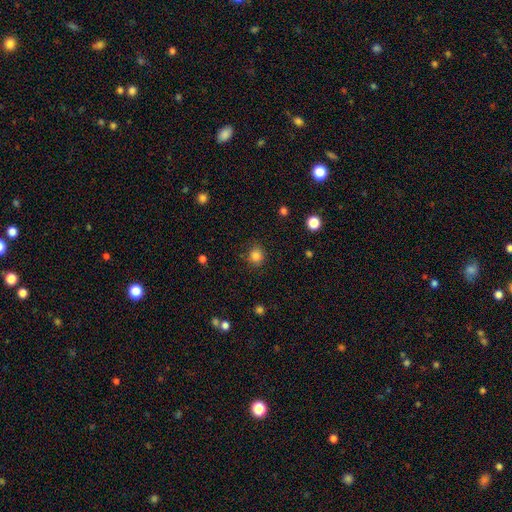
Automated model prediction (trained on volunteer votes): Smooth or featured: smooth — 84% (star or artifact — 12%)
How rounded: round — 86% (in between — 13%)
Merging: none — 84% (minor disturbance — 11%)